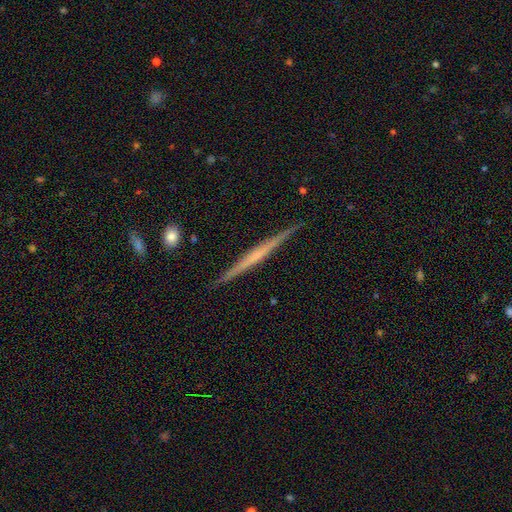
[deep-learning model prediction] A featured or disk galaxy (69%) viewed edge-on (98%) with no central bulge (69%).

Vote fractions:
- Smooth or featured? featured or disk: 69% / smooth: 25% / star or artifact: 6%
- Edge-on disk? yes: 98% / no: 2%
- Edge-on bulge? none: 69% / rounded: 22% / boxy: 9%
- Merging? none: 91% / minor disturbance: 7% / major disturbance: 1% / merger: 1%